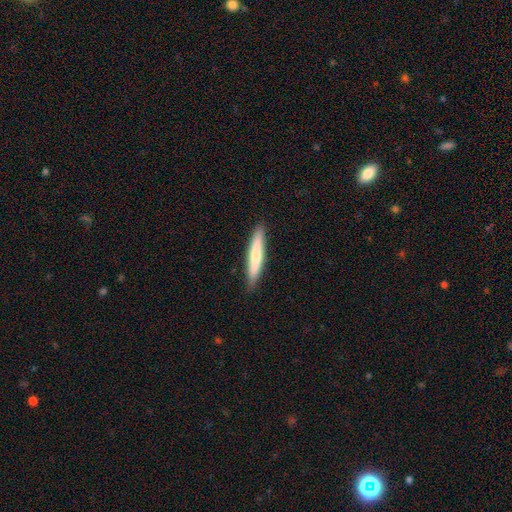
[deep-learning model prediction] The model was most divided on "smooth or featured": smooth: 66%, featured or disk: 29%, star or artifact: 5%. More confident: how rounded — cigar-shaped (93%); merging — none (89%).